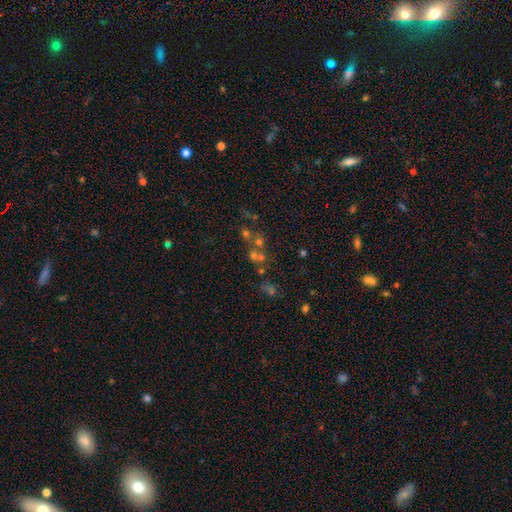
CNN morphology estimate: The model was most divided on "smooth or featured": star or artifact: 42%, smooth: 33%, featured or disk: 25%.